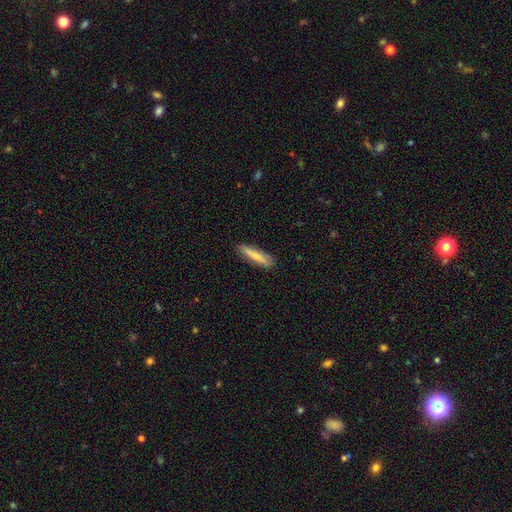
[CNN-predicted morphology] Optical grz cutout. It shows a smooth galaxy with no disk features (79%) that is cigar-shaped (88%). Merging: none (84%).